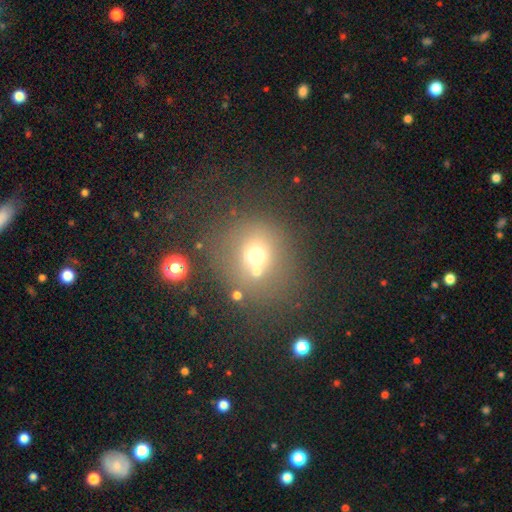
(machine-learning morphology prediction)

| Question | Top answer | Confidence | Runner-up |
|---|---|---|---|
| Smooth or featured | smooth | 64% | star or artifact (22%) |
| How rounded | round | 86% | in between (13%) |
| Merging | none | 65% | merger (16%) |